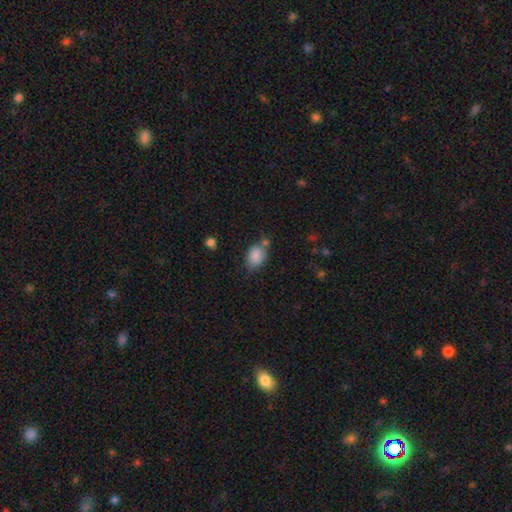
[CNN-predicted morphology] Smooth or featured? smooth (85%)
How rounded? in between (78%)
Merging? none (55%)